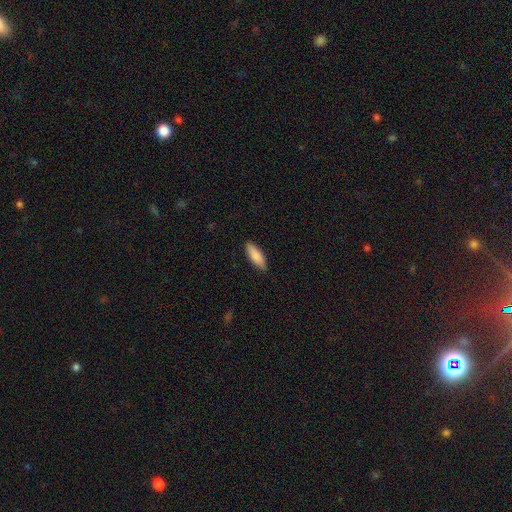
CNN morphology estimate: Smooth or featured: smooth — 87% (featured or disk — 7%)
How rounded: in between — 58% (cigar-shaped — 40%)
Merging: none — 87% (minor disturbance — 10%)